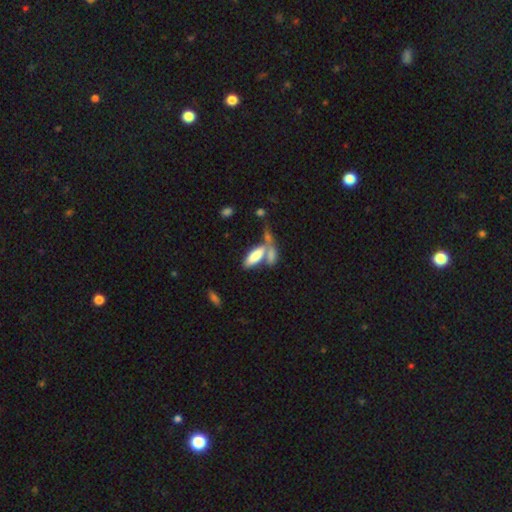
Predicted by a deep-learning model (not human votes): Smooth or featured? smooth (76%)
How rounded? in between (71%)
Merging? merger (50%)